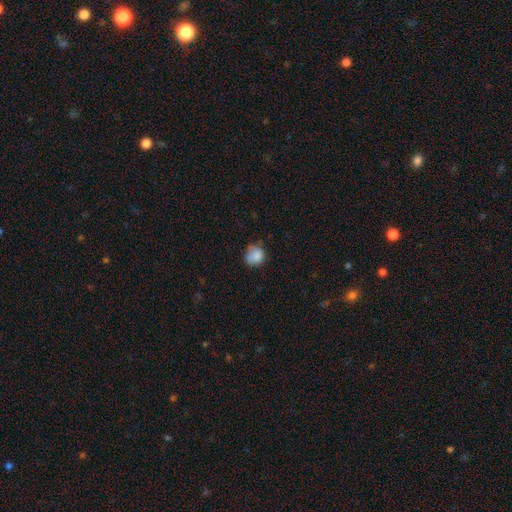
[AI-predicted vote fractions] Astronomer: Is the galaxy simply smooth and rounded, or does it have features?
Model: smooth — 84%.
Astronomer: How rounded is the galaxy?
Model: round — 76%.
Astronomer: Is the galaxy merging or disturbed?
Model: none — 59%.